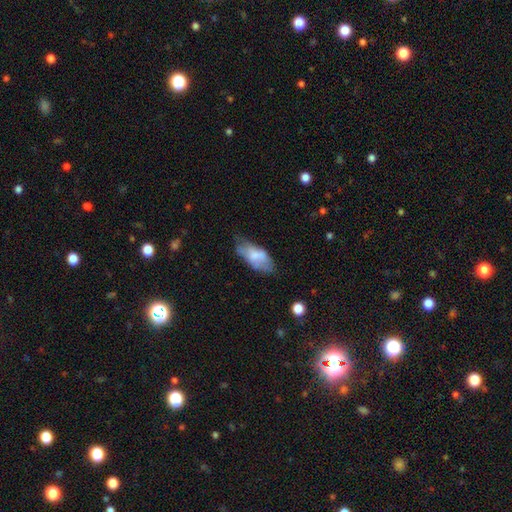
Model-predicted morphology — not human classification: smooth_or_featured: smooth (p=0.66) [alt: featured or disk p=0.27]
how_rounded: in between (p=0.89) [alt: cigar-shaped p=0.09]
merging: none (p=0.48) [alt: minor disturbance p=0.34]